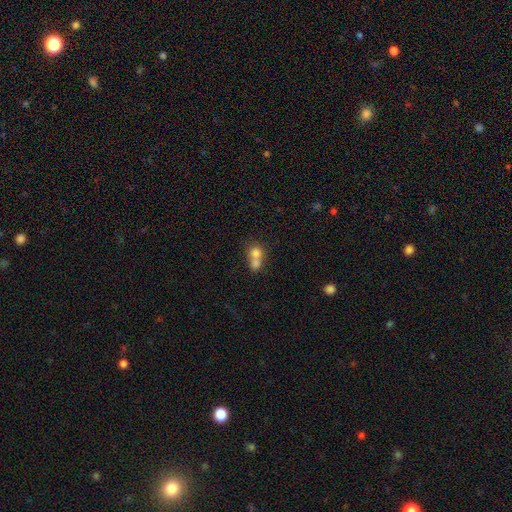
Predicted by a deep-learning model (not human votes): Smooth or featured: smooth — 73% (featured or disk — 17%)
How rounded: round — 72% (in between — 27%)
Merging: merger — 70% (none — 23%)